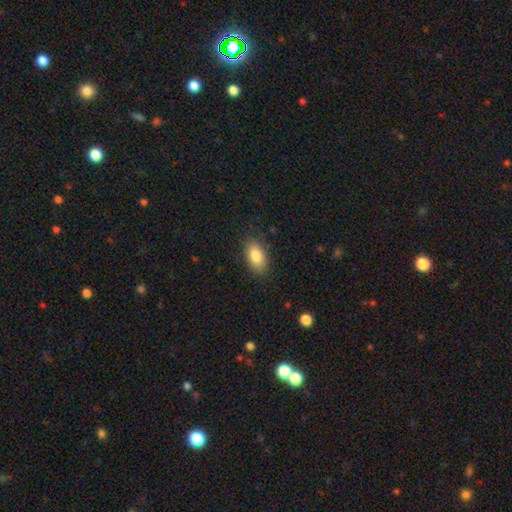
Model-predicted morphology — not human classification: Smooth or featured: smooth — 84% (featured or disk — 9%)
How rounded: in between — 91% (round — 6%)
Merging: none — 83% (minor disturbance — 13%)